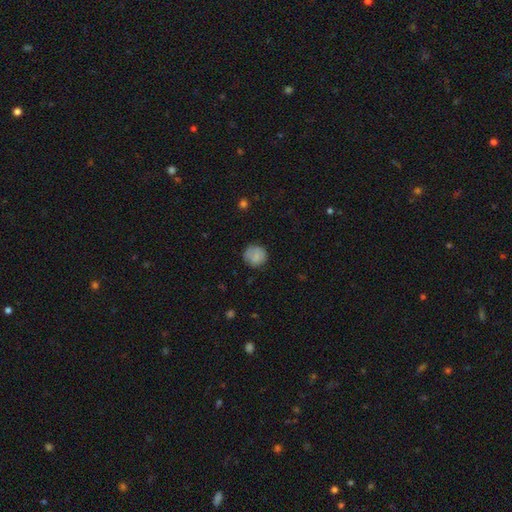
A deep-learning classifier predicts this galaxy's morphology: type=smooth (81%); roundness=round (89%); merging=none (75%).